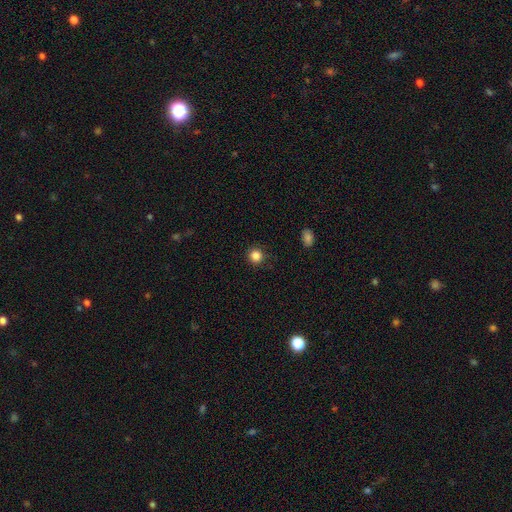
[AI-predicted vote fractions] Smooth or featured? smooth (85%)
How rounded? round (93%)
Merging? none (90%)